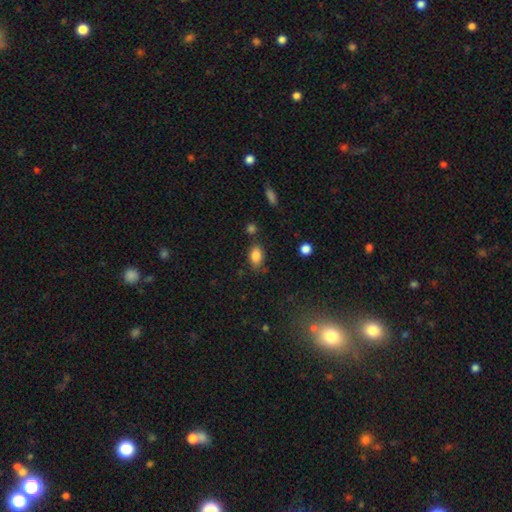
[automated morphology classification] type=smooth (85%); roundness=in between (87%); merging=none (71%).